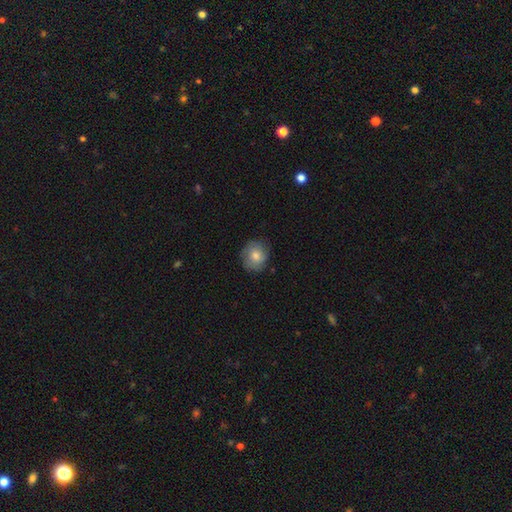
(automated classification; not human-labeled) smooth 76%, featured or disk 16%, star or artifact 8%. Down the decision tree: how rounded — round (81%); merging — none (81%).